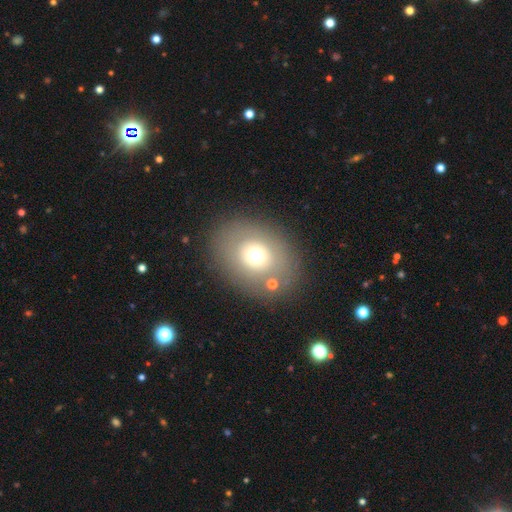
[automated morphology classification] Smooth or featured? Predicted: smooth (p=0.62). How rounded? Predicted: in between (p=0.56). Merging? Predicted: none (p=0.79).